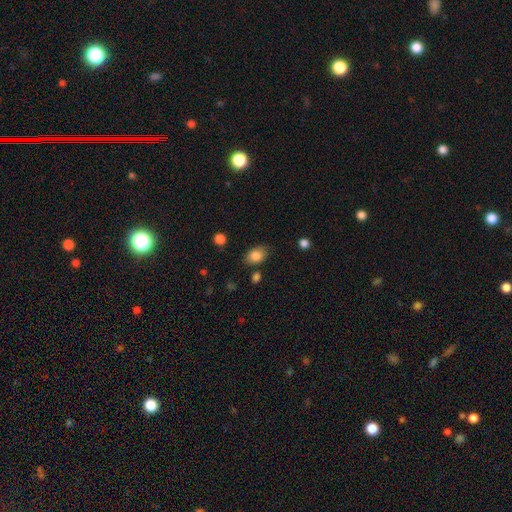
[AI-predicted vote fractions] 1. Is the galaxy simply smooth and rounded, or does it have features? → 83% smooth, 8% star or artifact, 8% featured or disk.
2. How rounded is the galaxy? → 80% in between, 19% round, 1% cigar-shaped.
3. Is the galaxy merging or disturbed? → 78% none, 15% minor disturbance, 4% major disturbance, 3% merger.